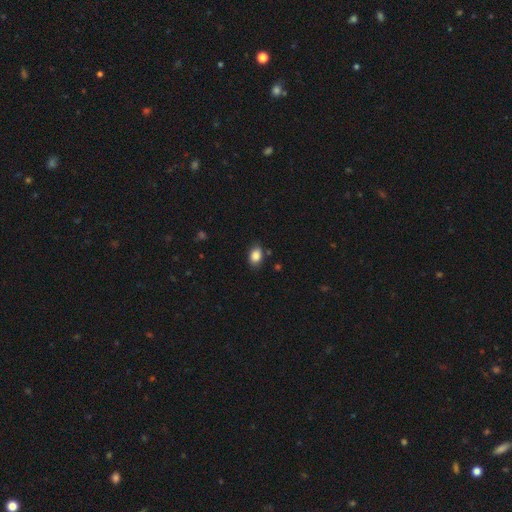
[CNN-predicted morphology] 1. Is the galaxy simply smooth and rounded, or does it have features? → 87% smooth, 8% star or artifact, 5% featured or disk.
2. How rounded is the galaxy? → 80% in between, 19% round, 1% cigar-shaped.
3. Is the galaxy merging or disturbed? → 80% none, 15% minor disturbance, 3% major disturbance, 2% merger.